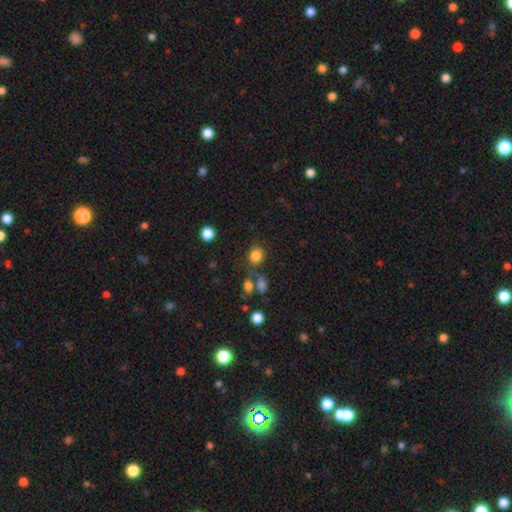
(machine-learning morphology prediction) A smooth galaxy with no disk features (82%) that is round (74%).

Vote fractions:
- Smooth or featured? smooth: 82% / star or artifact: 12% / featured or disk: 5%
- How rounded? round: 74% / in between: 25% / cigar-shaped: 1%
- Merging? none: 72% / minor disturbance: 12% / merger: 11% / major disturbance: 5%